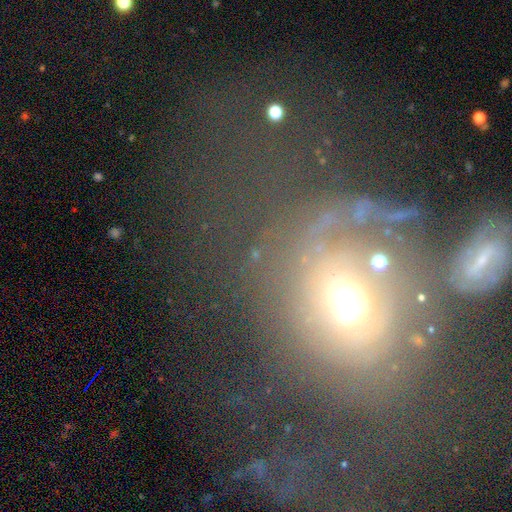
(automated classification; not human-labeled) smooth_or_featured: star or artifact (p=0.38) [alt: smooth p=0.32]